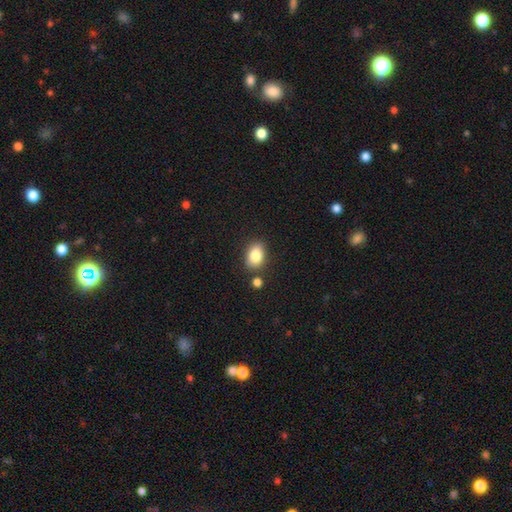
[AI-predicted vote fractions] A smooth galaxy with no disk features (84%) that is in between round and cigar-shaped (77%).

Vote fractions:
- Smooth or featured? smooth: 84% / star or artifact: 9% / featured or disk: 7%
- How rounded? in between: 77% / round: 21% / cigar-shaped: 1%
- Merging? none: 79% / minor disturbance: 12% / merger: 7% / major disturbance: 3%